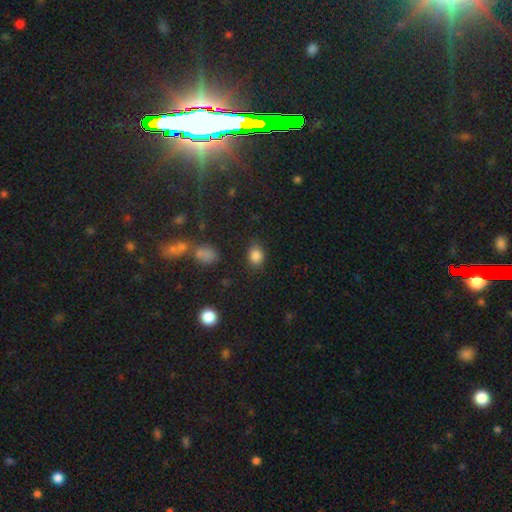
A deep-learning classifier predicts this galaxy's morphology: smooth_or_featured: smooth (p=0.84) [alt: star or artifact p=0.11]
how_rounded: in between (p=0.54) [alt: round p=0.45]
merging: none (p=0.79) [alt: minor disturbance p=0.15]